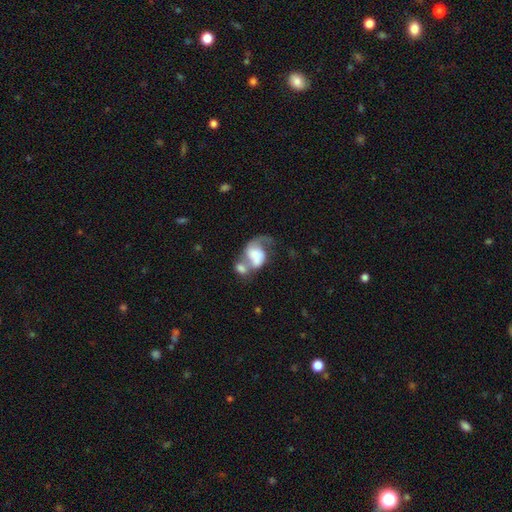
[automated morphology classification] A featured or disk galaxy (48%). Merging: merger (55%).